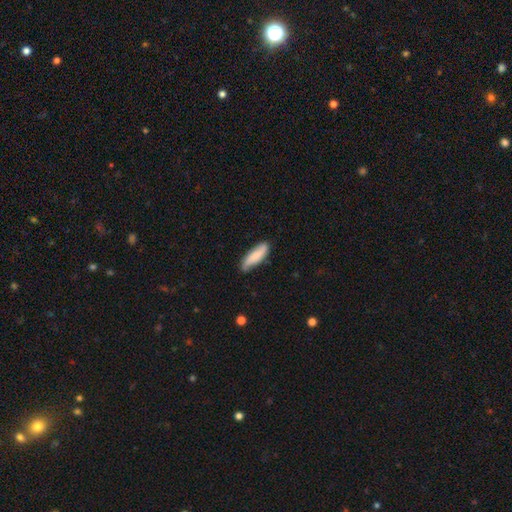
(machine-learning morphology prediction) The model was most divided on "how rounded": cigar-shaped: 55%, in between: 43%, round: 2%. More confident: merging — none (76%); smooth or featured — smooth (75%).